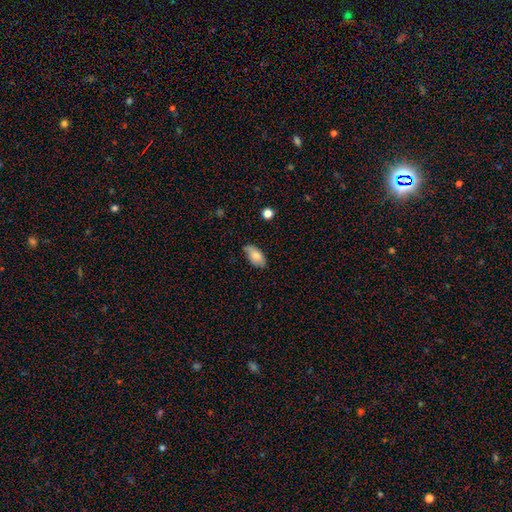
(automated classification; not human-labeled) Q: Smooth or featured?
A: smooth (76%); runner-up: featured or disk (16%)
Q: How rounded?
A: in between (93%); runner-up: round (4%)
Q: Merging?
A: none (71%); runner-up: minor disturbance (24%)